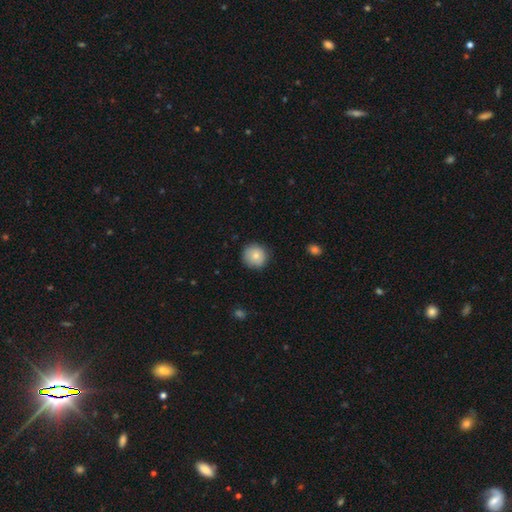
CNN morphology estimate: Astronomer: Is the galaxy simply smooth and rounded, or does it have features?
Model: smooth — 79%.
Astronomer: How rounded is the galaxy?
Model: round — 93%.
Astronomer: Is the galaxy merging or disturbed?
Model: none — 85%.